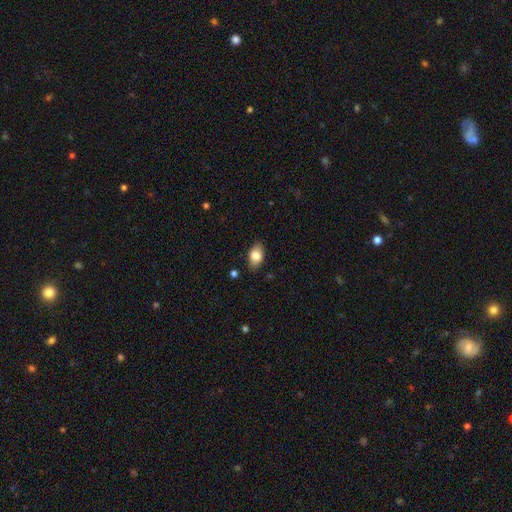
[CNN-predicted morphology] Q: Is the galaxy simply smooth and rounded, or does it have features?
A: smooth — 81%.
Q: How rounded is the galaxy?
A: in between — 89%.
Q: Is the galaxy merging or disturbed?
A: none — 84%.